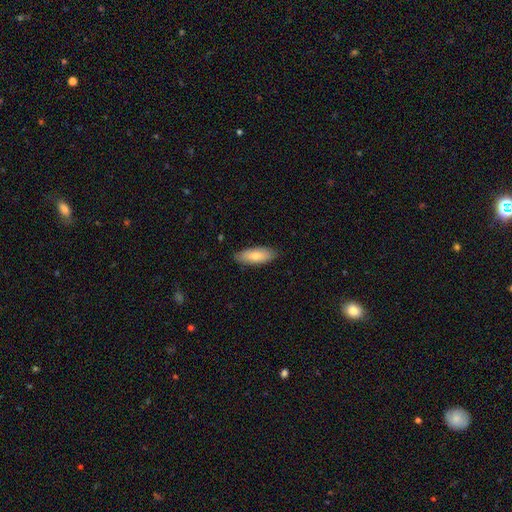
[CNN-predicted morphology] type=smooth (78%); roundness=in between (77%); merging=none (84%).